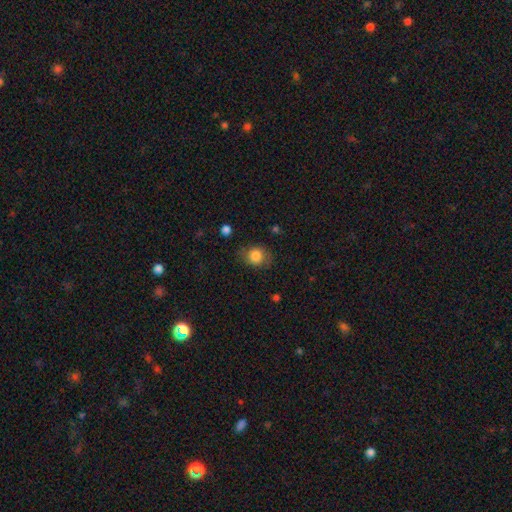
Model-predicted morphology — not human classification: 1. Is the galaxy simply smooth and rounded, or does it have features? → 80% smooth, 11% featured or disk, 9% star or artifact.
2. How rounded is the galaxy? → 63% round, 36% in between, 1% cigar-shaped.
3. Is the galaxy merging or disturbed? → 71% none, 20% minor disturbance, 8% major disturbance, 2% merger.